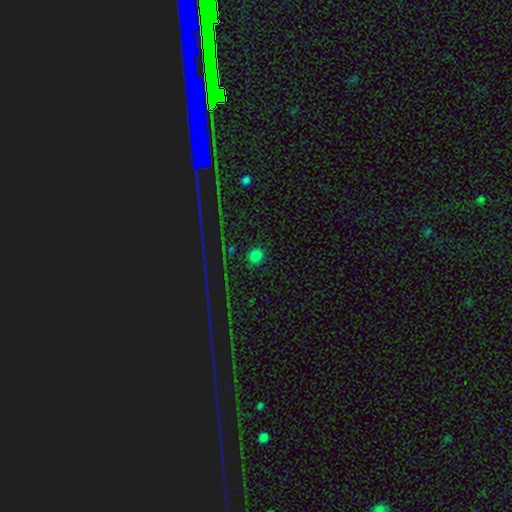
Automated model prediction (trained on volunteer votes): Smooth or featured? Predicted: smooth (p=0.68). How rounded? Predicted: round (p=0.88). Merging? Predicted: none (p=0.87).